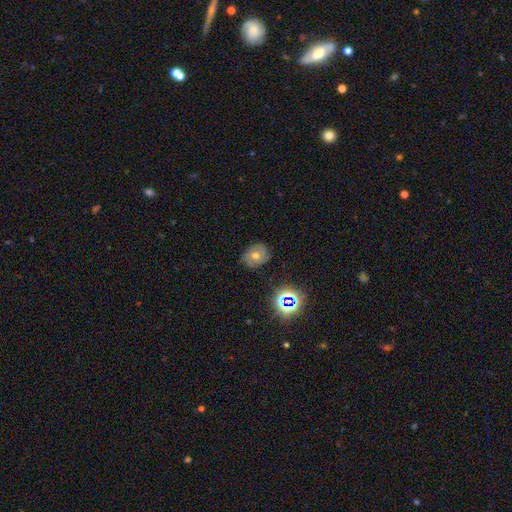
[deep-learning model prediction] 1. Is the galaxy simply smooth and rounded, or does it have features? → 47% smooth, 33% featured or disk, 20% star or artifact.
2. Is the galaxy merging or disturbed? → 77% none, 17% minor disturbance, 4% major disturbance, 2% merger.